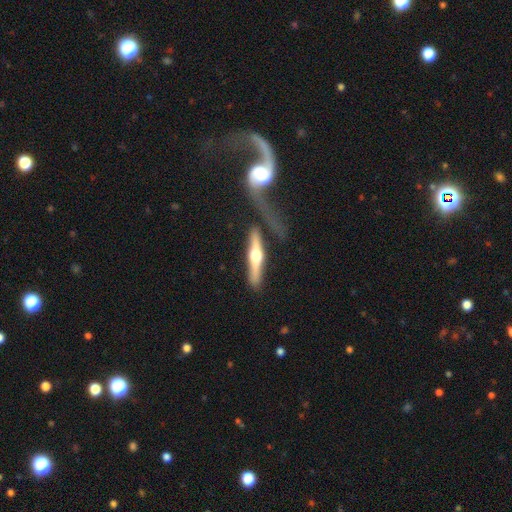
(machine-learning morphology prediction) This is likely a featured or disk galaxy (65%). It is clearly viewed edge-on (94%). Edge-on bulge: clearly rounded (94%). Merging: likely none (66%).